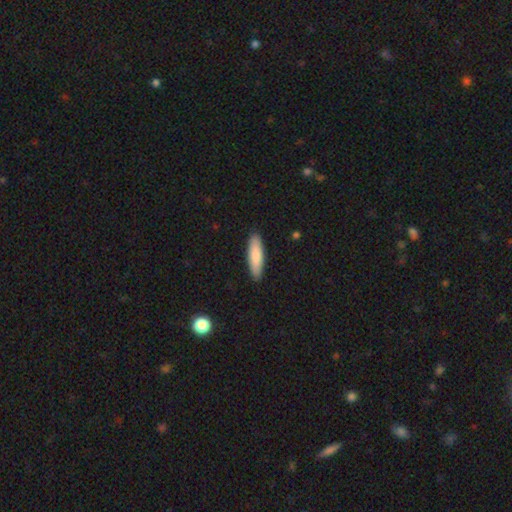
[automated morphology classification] Smooth or featured? smooth (84%)
How rounded? cigar-shaped (63%)
Merging? none (89%)